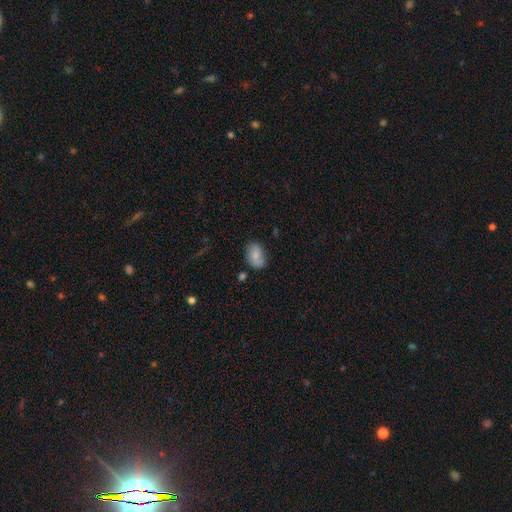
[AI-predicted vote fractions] A smooth galaxy with no disk features (74%) that is in between round and cigar-shaped (85%). Merging: none (71%).